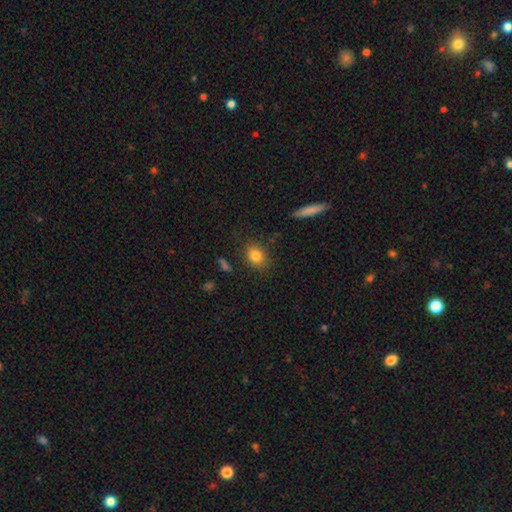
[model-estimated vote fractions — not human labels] A smooth galaxy with no disk features (81%) that is in between round and cigar-shaped (55%). Merging: none (84%).